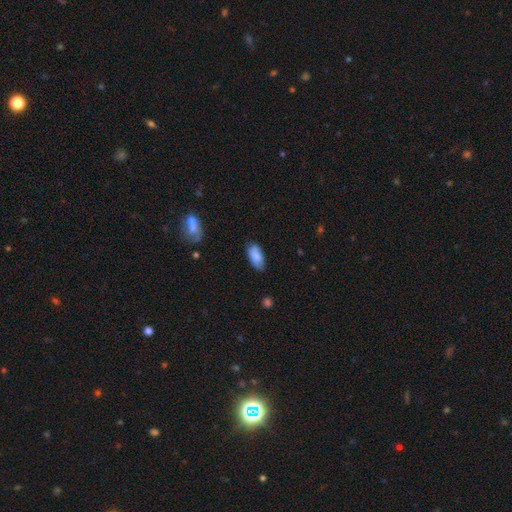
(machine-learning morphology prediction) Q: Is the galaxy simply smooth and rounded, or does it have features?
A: smooth — 84%.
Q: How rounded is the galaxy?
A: in between — 91%.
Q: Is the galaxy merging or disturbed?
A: none — 74%.